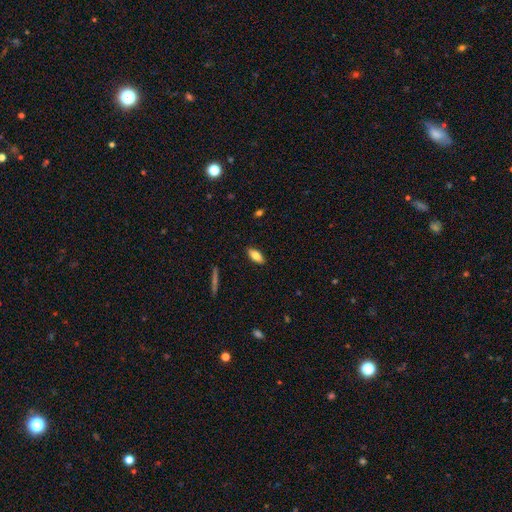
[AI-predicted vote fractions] Smooth or featured?
  - smooth: 78% *
  - featured or disk: 15%
  - star or artifact: 7%
How rounded?
  - in between: 81% *
  - cigar-shaped: 17%
  - round: 2%
Merging?
  - none: 89% *
  - minor disturbance: 8%
  - major disturbance: 2%
  - merger: 1%